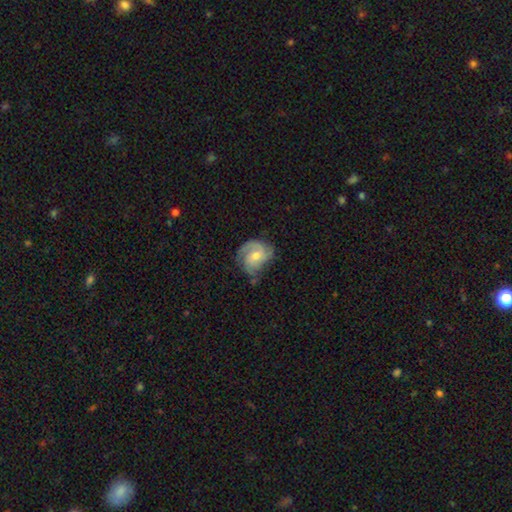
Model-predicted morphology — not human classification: type=featured or disk (79%); edge-on=no (98%); bar=no (59%); spiral arms=yes (95%); winding=tight (44%); arm count=3 (41%); bulge=moderate (57%); merging=none (58%).